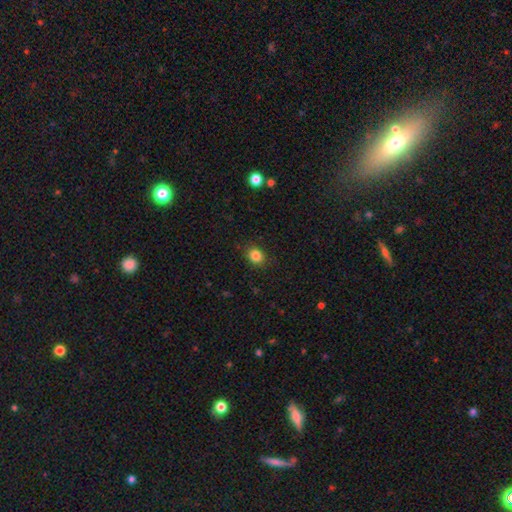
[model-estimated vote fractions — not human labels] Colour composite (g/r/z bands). It shows a smooth galaxy with no disk features (85%) that is round (57%). Merging: none (86%).